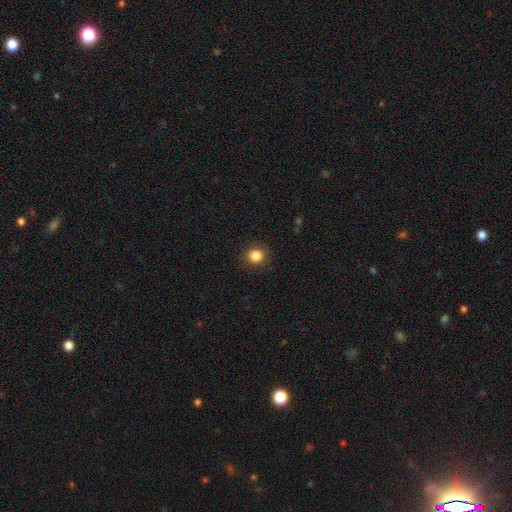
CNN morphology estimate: Smooth or featured: smooth — 85% (star or artifact — 11%)
How rounded: round — 90% (in between — 9%)
Merging: none — 91% (minor disturbance — 6%)